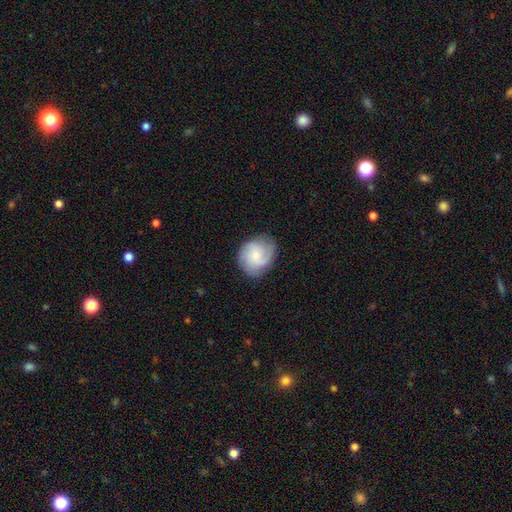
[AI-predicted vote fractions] Smooth or featured?
  - featured or disk: 56% *
  - smooth: 37%
  - star or artifact: 7%
Edge-on disk?
  - no: 98% *
  - yes: 2%
Bar?
  - no: 67% *
  - weak: 30%
  - strong: 3%
Spiral arms?
  - yes: 92% *
  - no: 8%
Spiral winding?
  - medium: 45% *
  - tight: 36%
  - loose: 19%
Spiral arm count?
  - 3: 33% *
  - 2: 27%
  - can't tell: 23%
  - 4: 7%
  - 1: 6%
  - more than 4: 4%
Bulge size?
  - small: 58% *
  - moderate: 32%
  - none: 6%
  - large: 3%
  - dominant: 1%
Merging?
  - none: 75% *
  - minor disturbance: 18%
  - major disturbance: 6%
  - merger: 1%